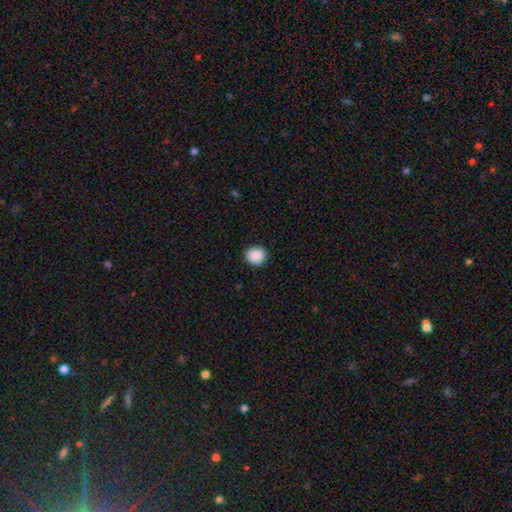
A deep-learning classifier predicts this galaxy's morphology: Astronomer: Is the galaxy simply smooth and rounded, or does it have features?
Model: smooth — 89%.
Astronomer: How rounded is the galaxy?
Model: round — 84%.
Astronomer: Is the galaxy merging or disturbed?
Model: none — 91%.